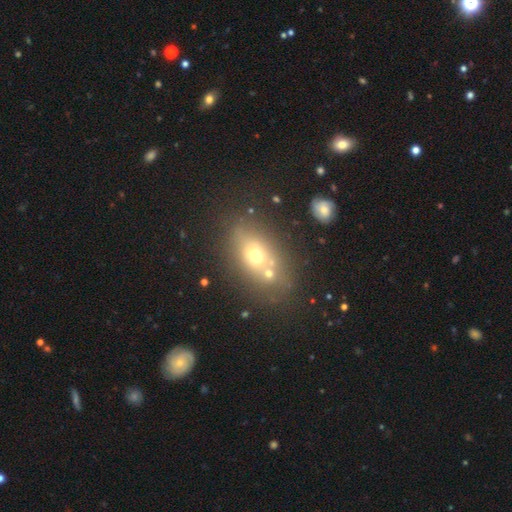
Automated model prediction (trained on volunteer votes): A smooth galaxy with no disk features (60%) that is in between round and cigar-shaped (68%).

Vote fractions:
- Smooth or featured? smooth: 60% / featured or disk: 23% / star or artifact: 18%
- How rounded? in between: 68% / round: 28% / cigar-shaped: 4%
- Merging? none: 60% / merger: 21% / minor disturbance: 13% / major disturbance: 6%